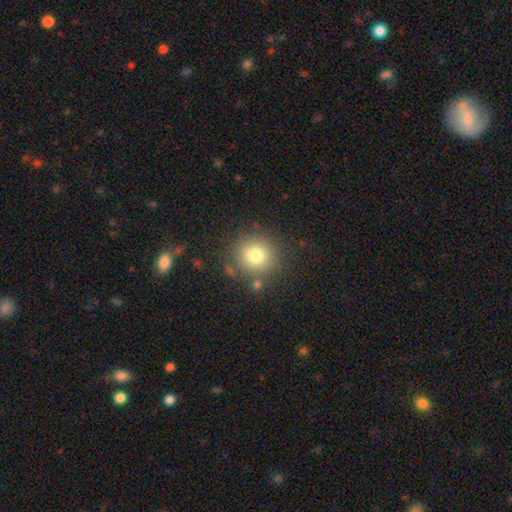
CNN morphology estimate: type=smooth (77%); roundness=round (93%); merging=none (82%).